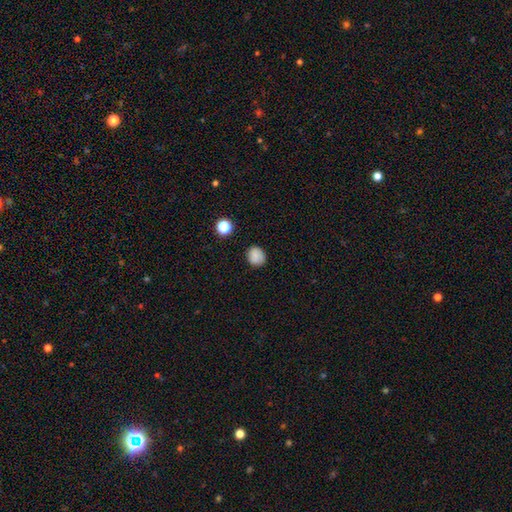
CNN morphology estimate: This appears to be a smooth galaxy with no disk features (82%) that is round (73%). Merging: none (83%).